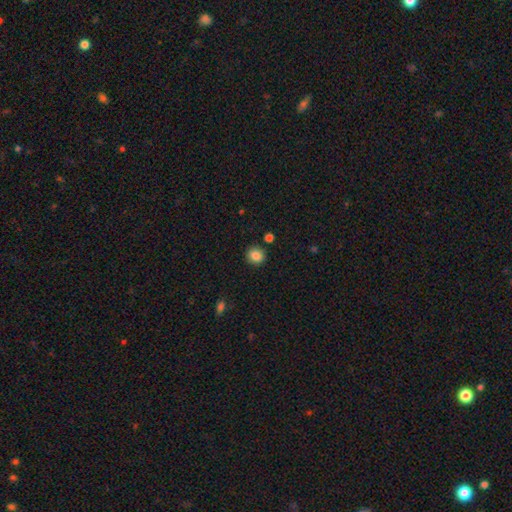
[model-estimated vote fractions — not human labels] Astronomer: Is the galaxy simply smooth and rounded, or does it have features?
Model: smooth — 86%.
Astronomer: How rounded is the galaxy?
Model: round — 83%.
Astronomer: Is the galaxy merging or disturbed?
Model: none — 87%.